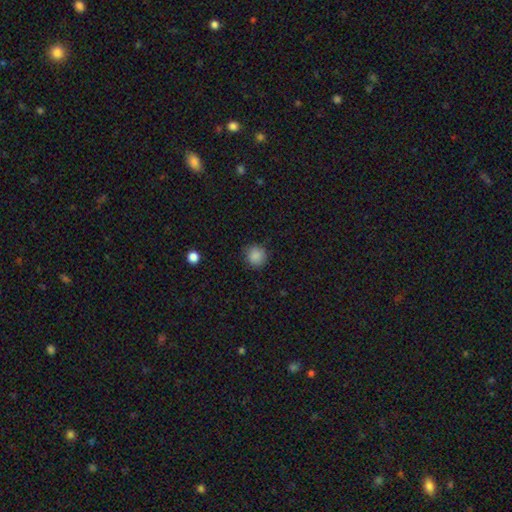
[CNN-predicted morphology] smooth 87%, star or artifact 10%, featured or disk 3%. Down the decision tree: how rounded — round (92%); merging — none (87%).